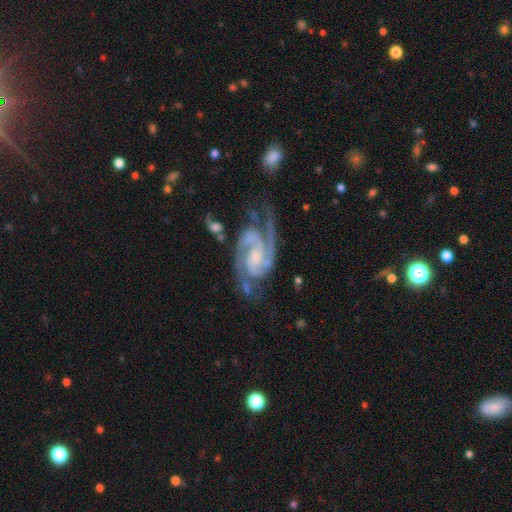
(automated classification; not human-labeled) Morphology: type=featured or disk (93%); edge-on=no (98%); bar=no (46%); spiral arms=yes (99%); winding=medium (50%); arm count=2 (81%); bulge=small (47%); merging=none (63%).